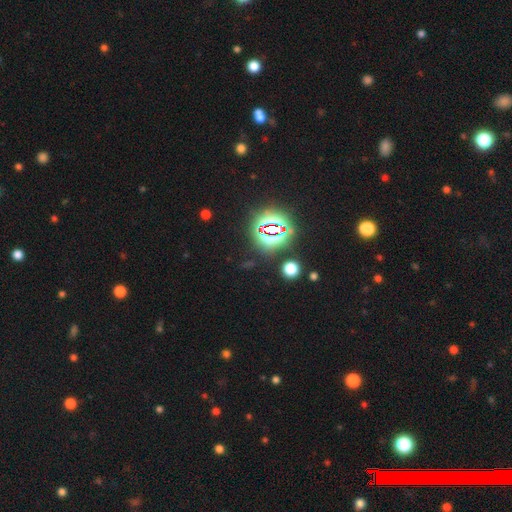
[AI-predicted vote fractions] This is clearly a star or artifact rather than a galaxy (83%).